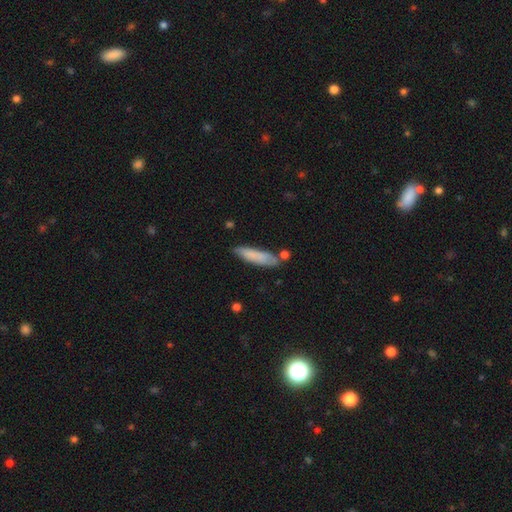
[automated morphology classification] Q: Smooth or featured?
A: smooth (79%); runner-up: featured or disk (14%)
Q: How rounded?
A: cigar-shaped (75%); runner-up: in between (24%)
Q: Merging?
A: none (70%); runner-up: minor disturbance (18%)